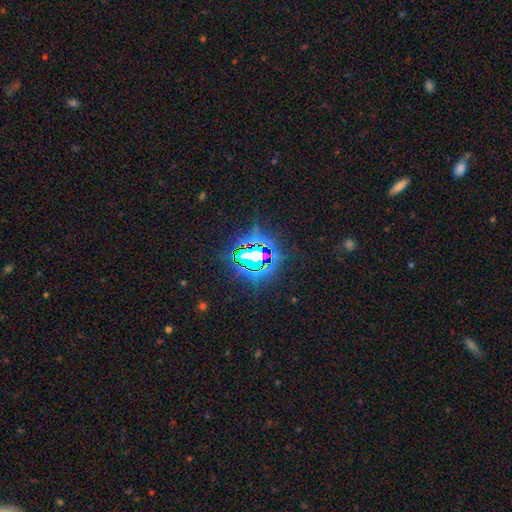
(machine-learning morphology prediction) This appears to be a star or artifact, not a galaxy (78%).